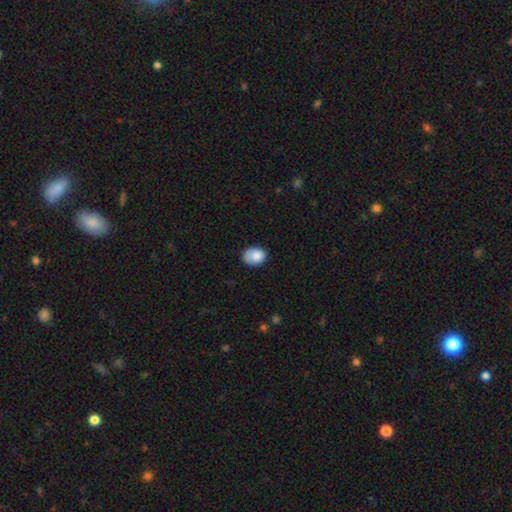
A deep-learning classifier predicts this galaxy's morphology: Smooth or featured: smooth — 84% (featured or disk — 8%)
How rounded: in between — 54% (round — 45%)
Merging: none — 64% (minor disturbance — 27%)